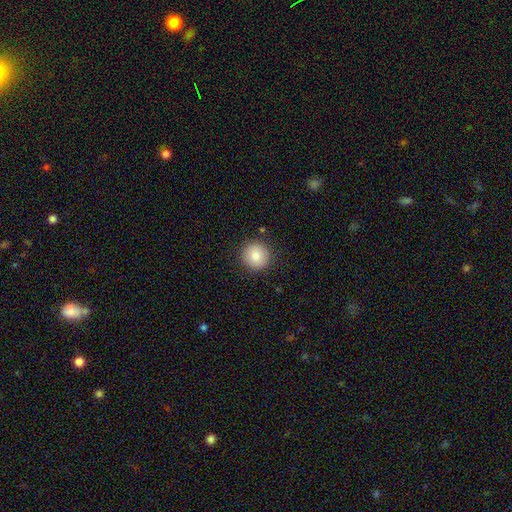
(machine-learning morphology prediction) This is clearly a smooth galaxy (84%). How rounded: clearly round (94%). Merging: clearly none (90%).